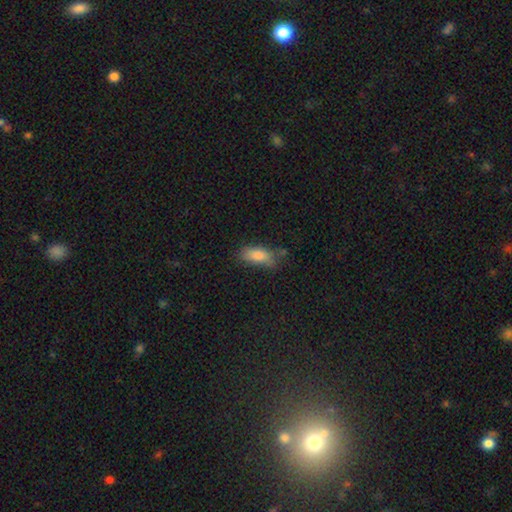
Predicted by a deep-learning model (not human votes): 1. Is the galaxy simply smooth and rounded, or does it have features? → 77% smooth, 13% star or artifact, 10% featured or disk.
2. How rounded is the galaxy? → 75% in between, 22% cigar-shaped, 4% round.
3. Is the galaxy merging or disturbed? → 64% none, 25% minor disturbance, 7% major disturbance, 4% merger.